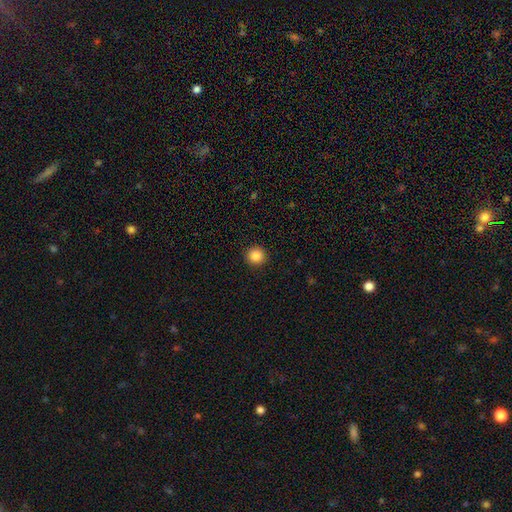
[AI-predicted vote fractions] Overall: smooth (87%). How rounded: round (94%). Merging: none (92%).